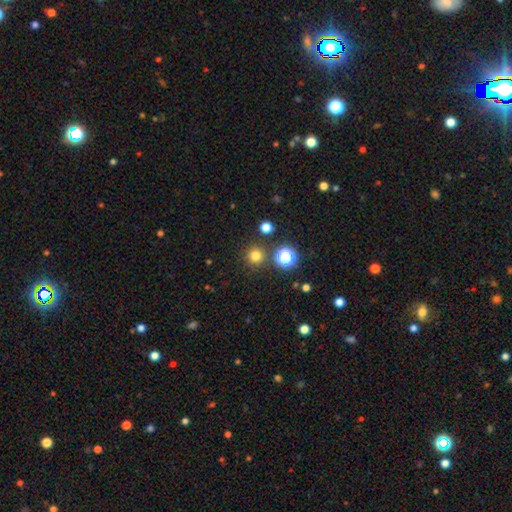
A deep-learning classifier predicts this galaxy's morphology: type=smooth (76%); roundness=round (96%); merging=none (88%).